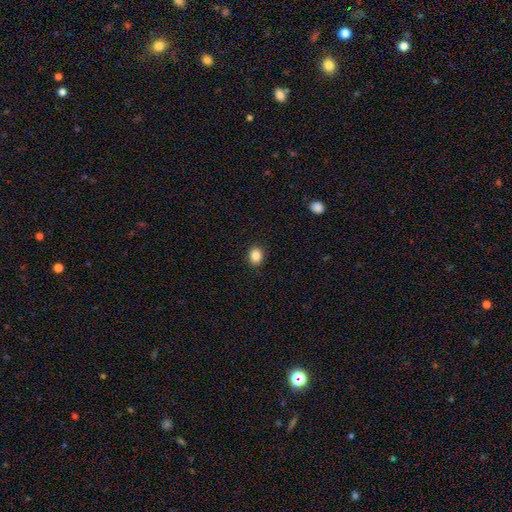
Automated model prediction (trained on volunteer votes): This appears to be a smooth galaxy with no disk features (86%) that is round (56%). Merging: none (90%).